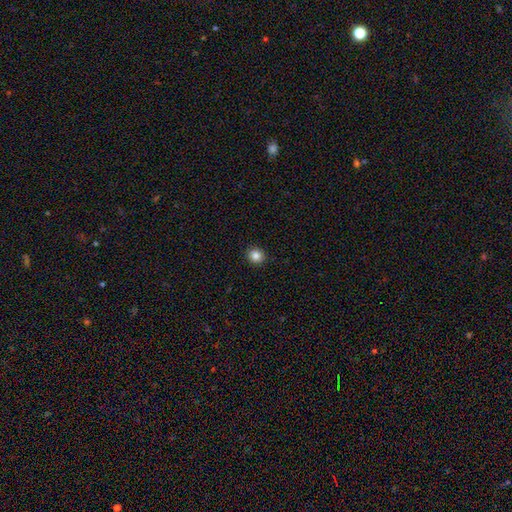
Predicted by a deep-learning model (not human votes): smooth-or-featured: smooth: 84% | star or artifact: 11% | featured or disk: 5%
  how-rounded: round: 88% | in between: 11% | cigar-shaped: 1%
  merging: none: 93% | minor disturbance: 5% | major disturbance: 1% | merger: 1%